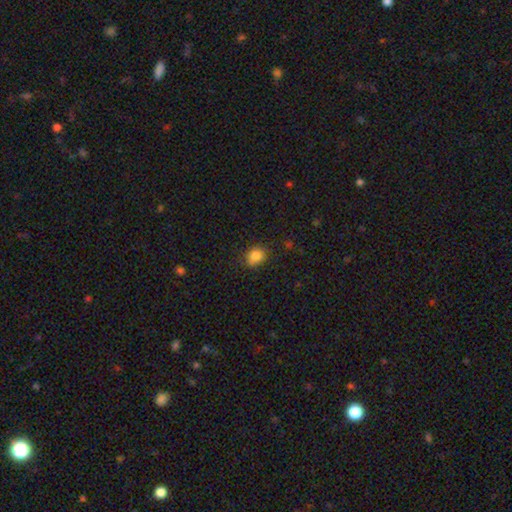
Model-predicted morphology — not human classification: Smooth or featured? smooth (83%)
How rounded? round (52%)
Merging? none (80%)